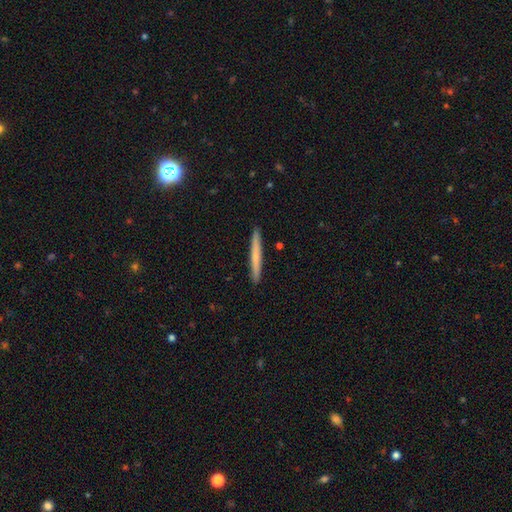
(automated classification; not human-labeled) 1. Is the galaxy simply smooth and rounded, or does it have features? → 61% smooth, 33% featured or disk, 5% star or artifact.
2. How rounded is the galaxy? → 97% cigar-shaped, 2% in between, 1% round.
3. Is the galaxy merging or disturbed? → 93% none, 5% minor disturbance, 1% major disturbance, 1% merger.